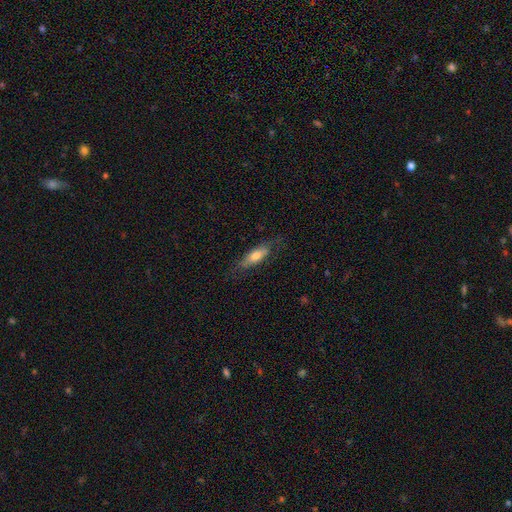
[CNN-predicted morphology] This is likely a smooth galaxy (60%). How rounded: possibly in between (52%). Merging: likely none (71%).